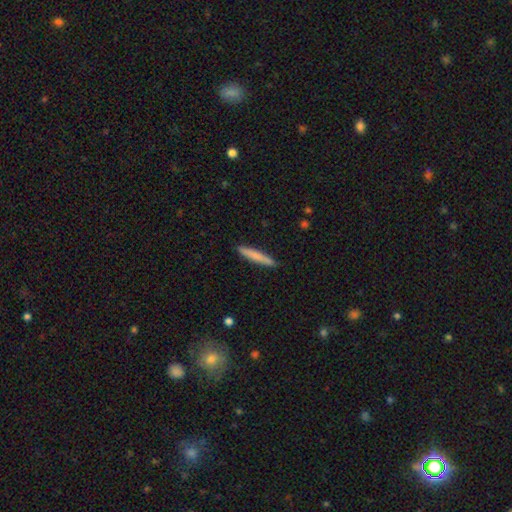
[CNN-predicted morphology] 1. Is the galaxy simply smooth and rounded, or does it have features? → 75% smooth, 20% featured or disk, 5% star or artifact.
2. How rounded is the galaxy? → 95% cigar-shaped, 4% in between, 1% round.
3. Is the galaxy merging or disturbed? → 90% none, 7% minor disturbance, 1% major disturbance, 1% merger.